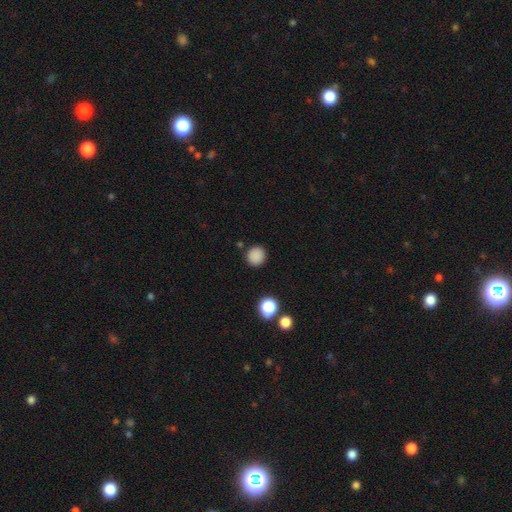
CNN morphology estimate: This appears to be a smooth galaxy with no disk features (86%) that is round (91%). Merging: none (88%).